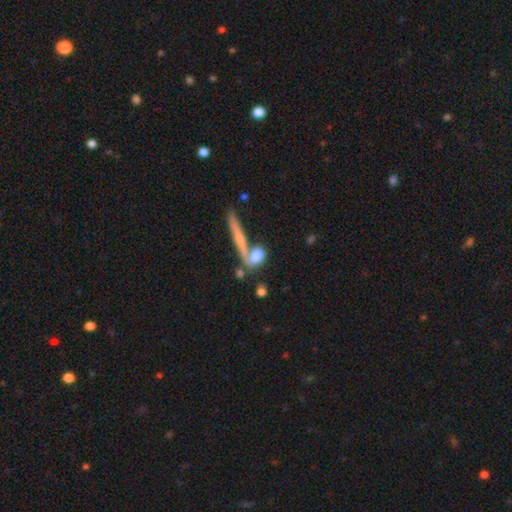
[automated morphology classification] Overall: smooth (68%). How rounded: in between (52%; cigar-shaped 25%). Merging: none (47%; merger 32%).